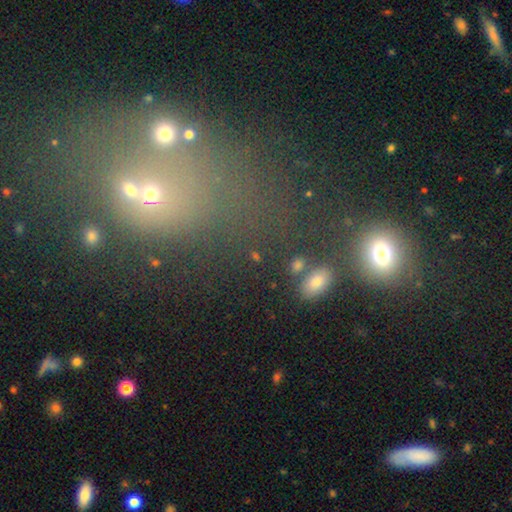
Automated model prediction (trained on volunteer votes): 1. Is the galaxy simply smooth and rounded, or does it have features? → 55% smooth, 31% star or artifact, 14% featured or disk.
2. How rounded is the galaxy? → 59% in between, 35% round, 5% cigar-shaped.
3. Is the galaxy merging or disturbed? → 56% none, 21% merger, 13% minor disturbance, 10% major disturbance.